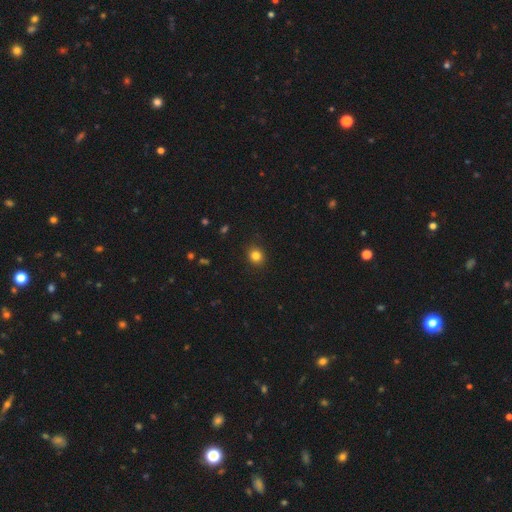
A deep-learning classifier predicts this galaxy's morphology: This appears to be a smooth galaxy with no disk features (83%) that is round (75%). Merging: none (90%).